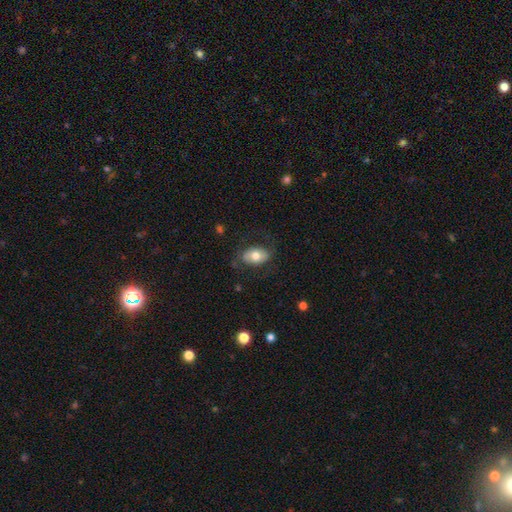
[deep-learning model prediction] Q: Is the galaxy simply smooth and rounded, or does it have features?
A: smooth — 65%.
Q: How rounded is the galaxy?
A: in between — 87%.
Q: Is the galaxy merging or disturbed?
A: none — 69%.